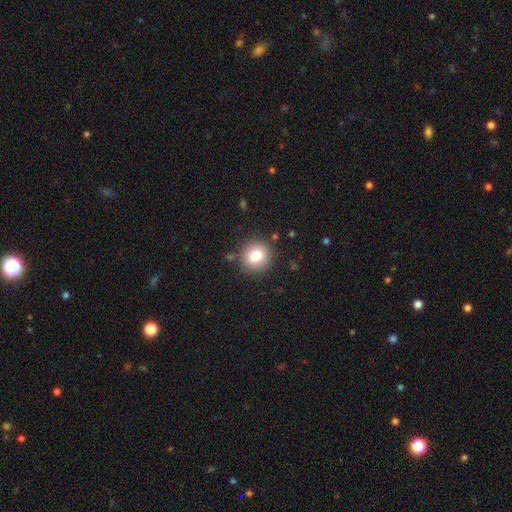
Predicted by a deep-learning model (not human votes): Q: Smooth or featured?
A: smooth (79%); runner-up: star or artifact (11%)
Q: How rounded?
A: round (92%); runner-up: in between (7%)
Q: Merging?
A: none (87%); runner-up: minor disturbance (8%)